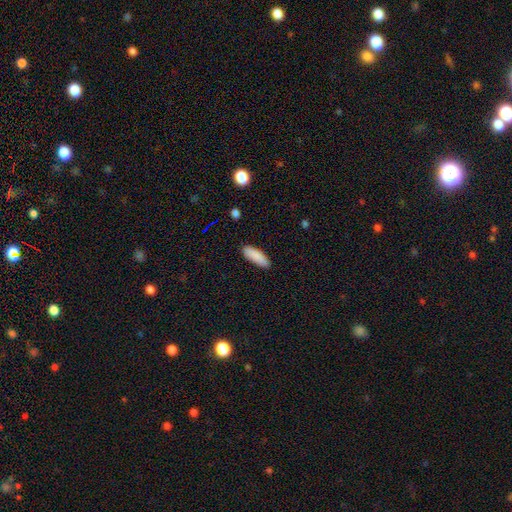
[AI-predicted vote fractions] Overall: smooth (89%). How rounded: in between (58%; cigar-shaped 41%). Merging: none (87%).